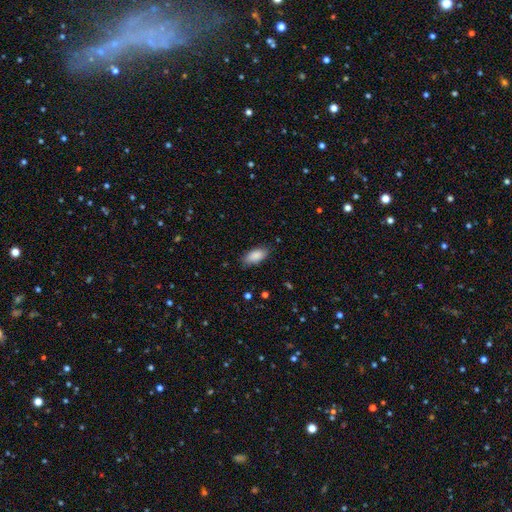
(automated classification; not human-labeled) Q: Smooth or featured?
A: smooth (88%); runner-up: star or artifact (6%)
Q: How rounded?
A: in between (91%); runner-up: cigar-shaped (7%)
Q: Merging?
A: none (83%); runner-up: minor disturbance (13%)